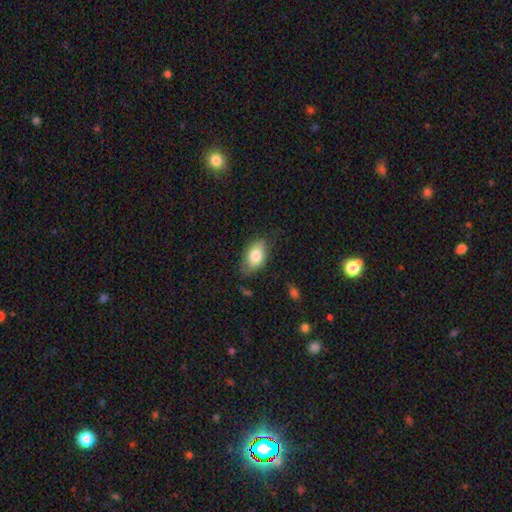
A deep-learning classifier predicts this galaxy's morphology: Smooth or featured? Predicted: smooth (p=0.79). How rounded? Predicted: in between (p=0.92). Merging? Predicted: none (p=0.72).